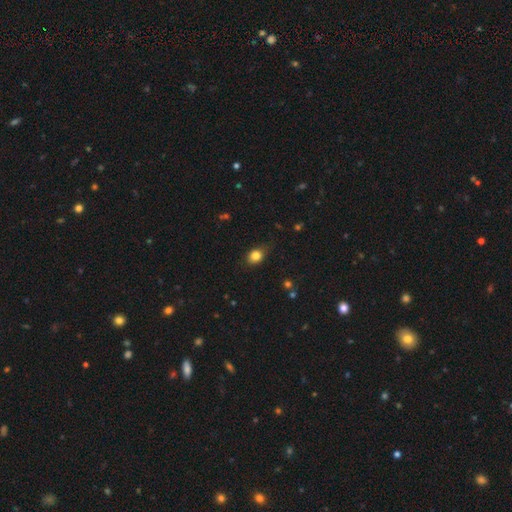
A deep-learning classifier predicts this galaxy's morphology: A smooth galaxy with no disk features (83%) that is in between round and cigar-shaped (50%). Merging: none (76%).